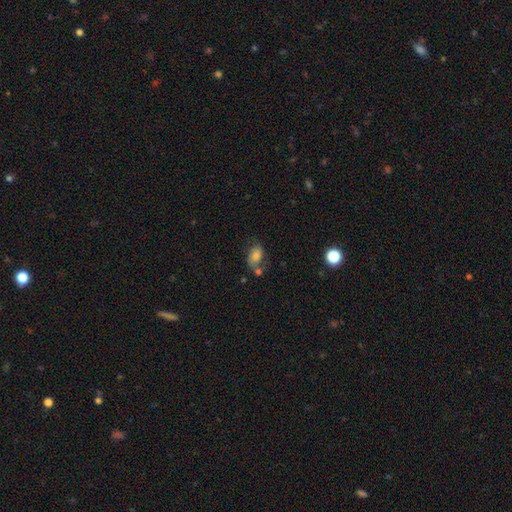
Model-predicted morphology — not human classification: Smooth or featured? Predicted: smooth (p=0.65). How rounded? Predicted: in between (p=0.85). Merging? Predicted: none (p=0.48).